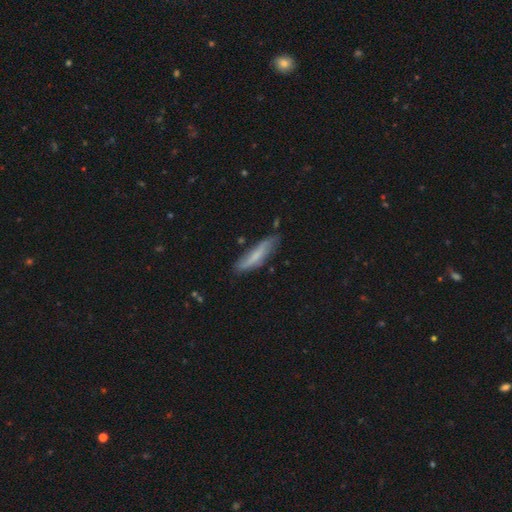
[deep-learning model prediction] Overall: smooth (62%; featured or disk 31%). How rounded: cigar-shaped (80%). Merging: none (71%).